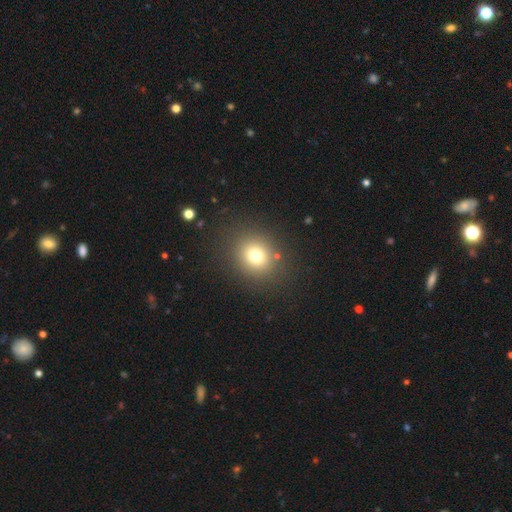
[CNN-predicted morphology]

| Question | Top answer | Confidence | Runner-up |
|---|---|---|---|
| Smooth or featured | smooth | 74% | star or artifact (16%) |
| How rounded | round | 79% | in between (20%) |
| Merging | none | 86% | minor disturbance (8%) |